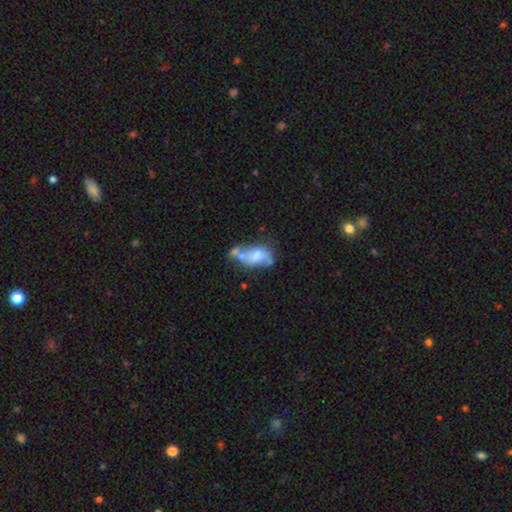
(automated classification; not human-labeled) A featured or disk galaxy (51%). Merging: merger (35%).